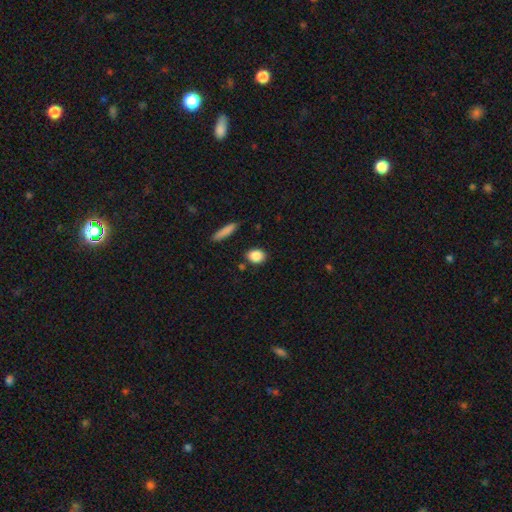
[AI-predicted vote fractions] Morphology: type=smooth (87%); roundness=in between (60%); merging=none (83%).